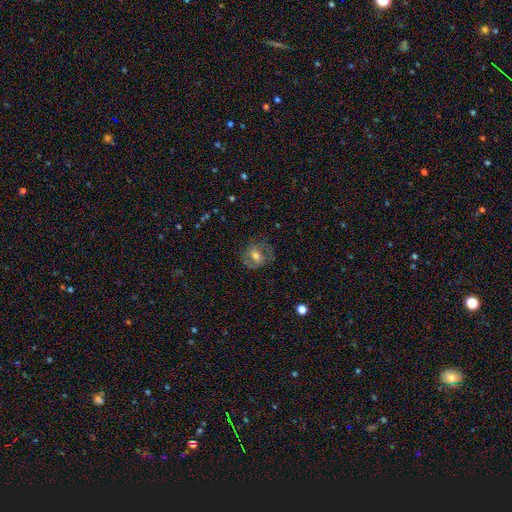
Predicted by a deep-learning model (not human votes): Smooth or featured? Predicted: featured or disk (p=0.46). Merging? Predicted: none (p=0.65).